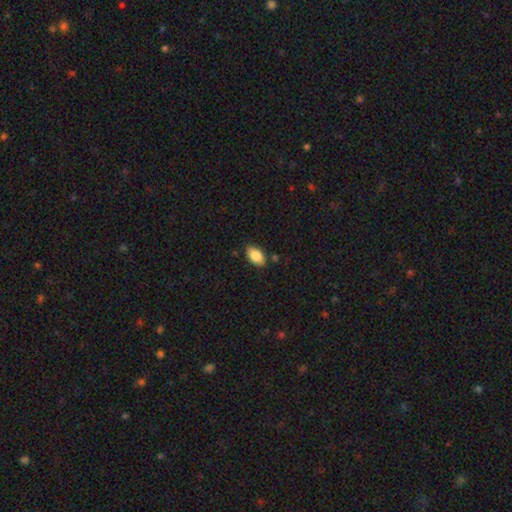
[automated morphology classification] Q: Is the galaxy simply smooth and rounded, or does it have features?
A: smooth — 85%.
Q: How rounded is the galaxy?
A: in between — 92%.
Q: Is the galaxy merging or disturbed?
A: none — 85%.